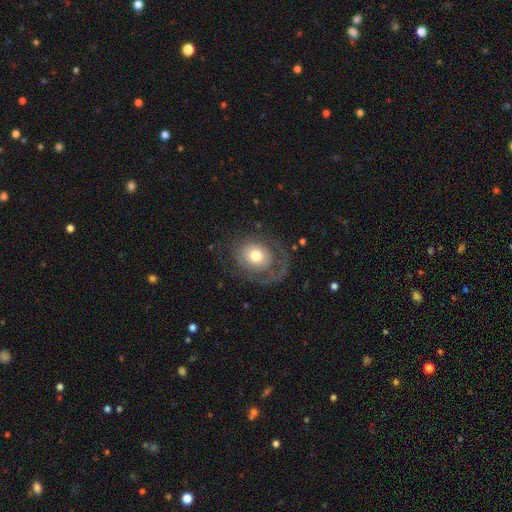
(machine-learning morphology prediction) This appears to be a featured or disk galaxy (54%) with no bar (85%), spiral arms (56%) and a moderate central bulge (62%). Merging: none (61%).